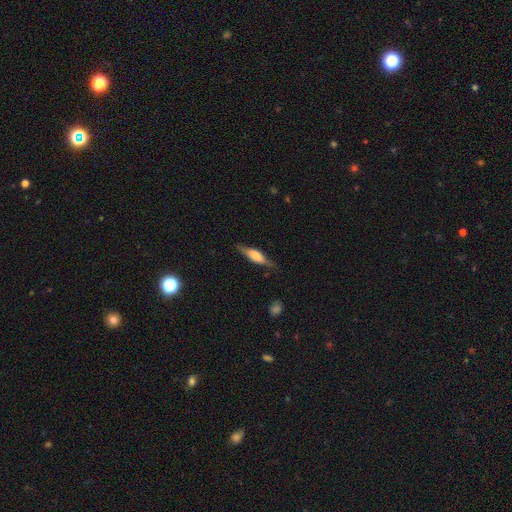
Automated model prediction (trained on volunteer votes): featured or disk 55%, smooth 38%, star or artifact 6%. Down the decision tree: edge-on disk — yes (93%); edge-on bulge — rounded (67%); merging — none (80%).